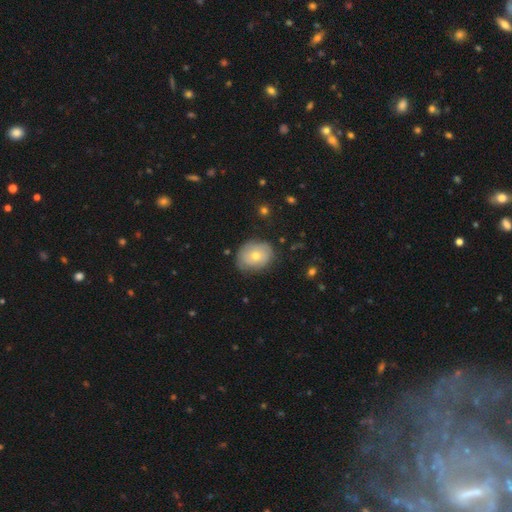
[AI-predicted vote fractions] This is possibly a smooth galaxy (54%). How rounded: possibly in between (50%). Merging: likely none (75%).